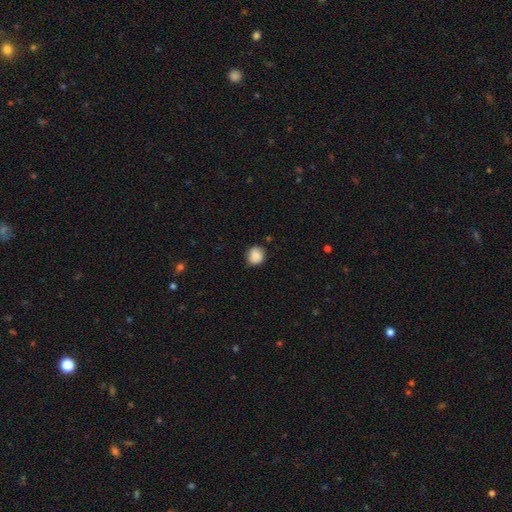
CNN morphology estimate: Overall: smooth (87%). How rounded: round (80%). Merging: none (80%).